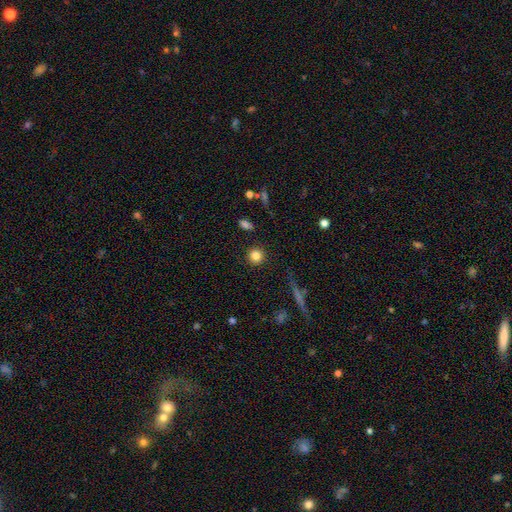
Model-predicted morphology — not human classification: Smooth or featured? Predicted: smooth (p=0.83). How rounded? Predicted: round (p=0.93). Merging? Predicted: none (p=0.90).